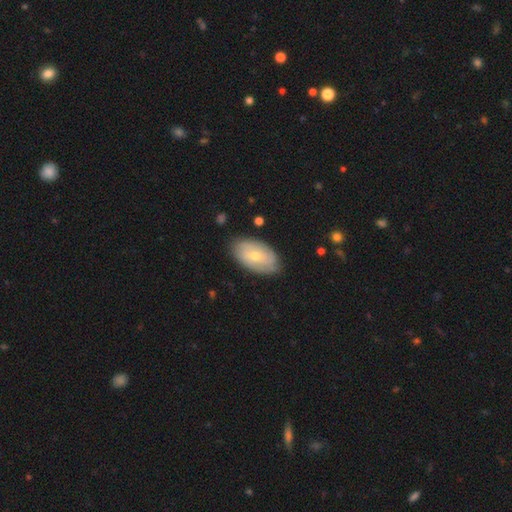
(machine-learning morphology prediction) Smooth or featured?
  - smooth: 47% * (tied)
  - featured or disk: 47% * (tied)
  - star or artifact: 7%
Merging?
  - none: 81% *
  - minor disturbance: 15%
  - major disturbance: 3%
  - merger: 1%